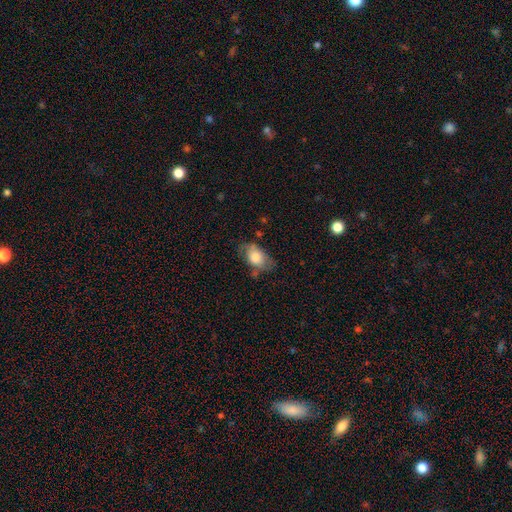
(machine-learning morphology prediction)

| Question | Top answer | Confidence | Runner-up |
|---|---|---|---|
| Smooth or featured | smooth | 68% | featured or disk (25%) |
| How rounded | in between | 87% | round (12%) |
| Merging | none | 53% | minor disturbance (30%) |